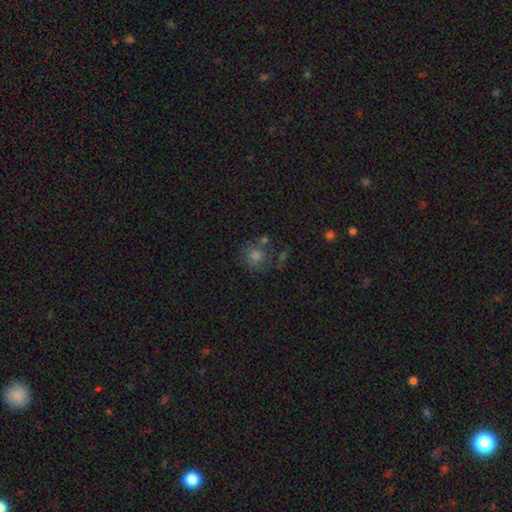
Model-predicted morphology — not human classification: The model was most divided on "merging": none: 67%, minor disturbance: 15%, merger: 13%, major disturbance: 6%. More confident: how rounded — round (88%); smooth or featured — smooth (70%).